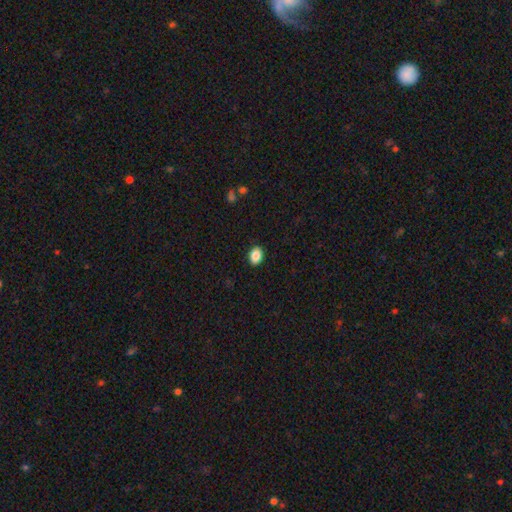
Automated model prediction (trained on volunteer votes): This is clearly a smooth galaxy (87%). How rounded: likely in between (76%). Merging: clearly none (89%).